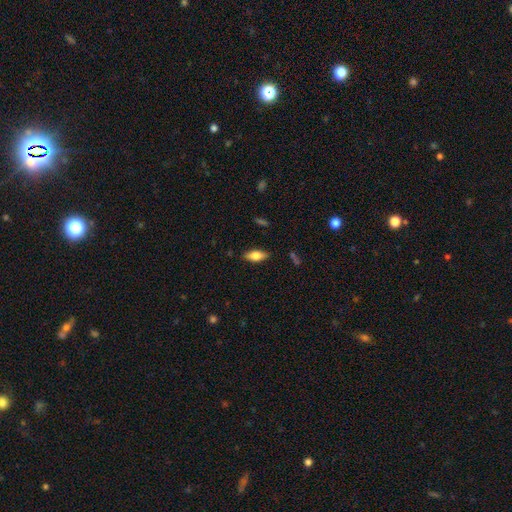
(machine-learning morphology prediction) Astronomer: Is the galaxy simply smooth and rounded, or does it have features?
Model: smooth — 72%.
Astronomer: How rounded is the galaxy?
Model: in between — 82%.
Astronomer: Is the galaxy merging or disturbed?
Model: none — 86%.